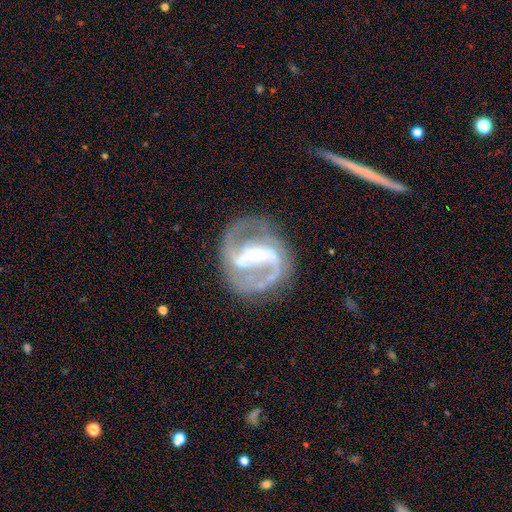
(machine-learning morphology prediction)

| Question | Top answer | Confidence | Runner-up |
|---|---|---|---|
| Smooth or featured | featured or disk | 91% | star or artifact (5%) |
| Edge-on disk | no | 97% | yes (3%) |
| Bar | strong | 60% | weak (29%) |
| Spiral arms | yes | 96% | no (4%) |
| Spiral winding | medium | 58% | tight (23%) |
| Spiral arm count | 2 | 86% | 3 (5%) |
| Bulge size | small | 55% | moderate (40%) |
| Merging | none | 76% | minor disturbance (14%) |